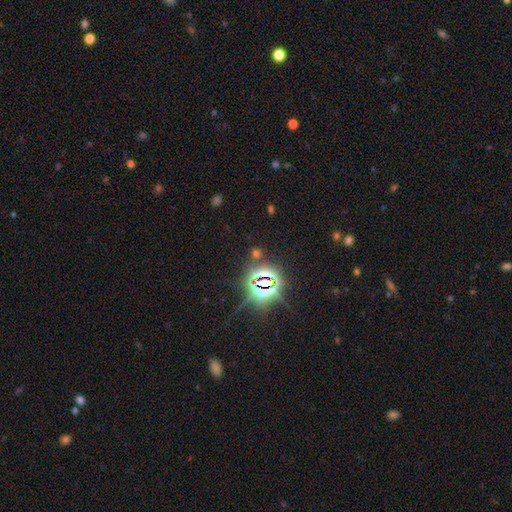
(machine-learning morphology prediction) star or artifact 81%, smooth 11%, featured or disk 8%.